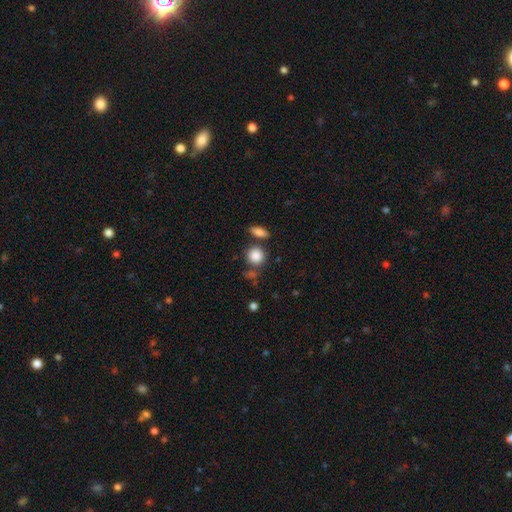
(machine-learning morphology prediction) This is clearly a smooth galaxy (86%). How rounded: clearly round (83%). Merging: likely none (67%).